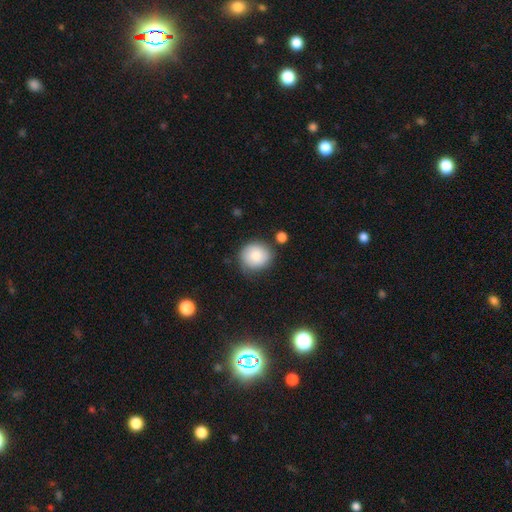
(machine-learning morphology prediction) This is clearly a smooth galaxy (80%). How rounded: clearly round (85%). Merging: likely none (72%).